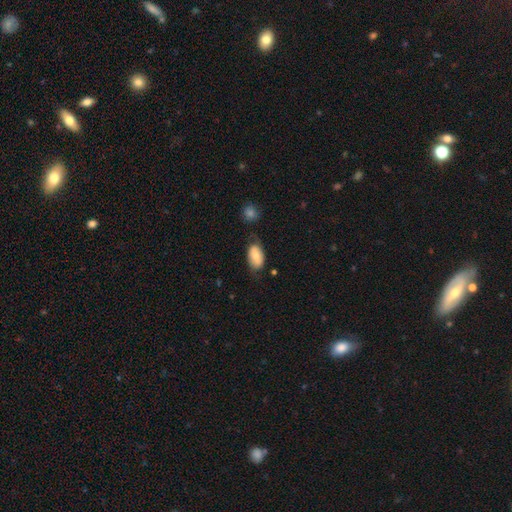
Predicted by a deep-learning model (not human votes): Smooth or featured? Predicted: smooth (p=0.73). How rounded? Predicted: in between (p=0.93). Merging? Predicted: none (p=0.63).